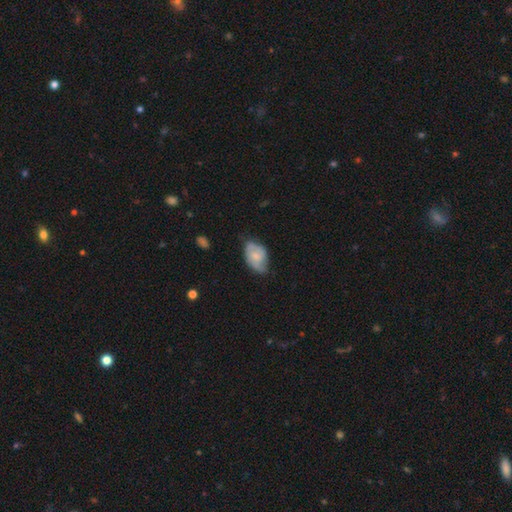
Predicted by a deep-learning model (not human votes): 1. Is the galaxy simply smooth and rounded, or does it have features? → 55% smooth, 38% featured or disk, 7% star or artifact.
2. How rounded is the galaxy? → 89% in between, 9% round, 2% cigar-shaped.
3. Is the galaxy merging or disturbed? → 50% none, 38% minor disturbance, 10% major disturbance, 2% merger.